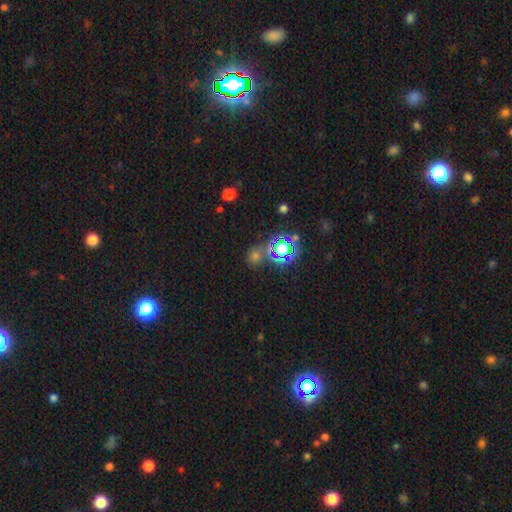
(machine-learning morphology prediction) A star or artifact, not a galaxy (50%).